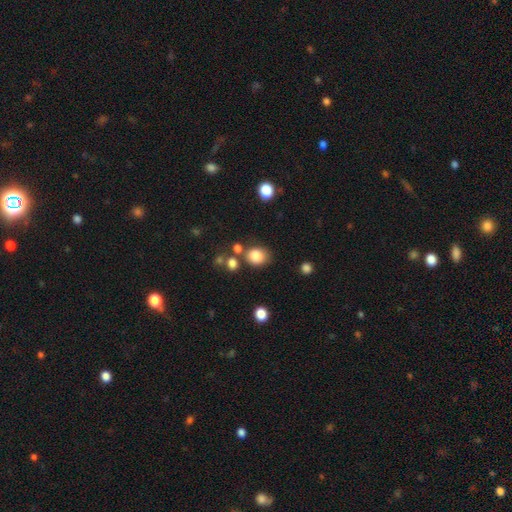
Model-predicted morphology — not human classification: This appears to be a smooth galaxy with no disk features (84%) that is round (62%). Merging: none (68%).